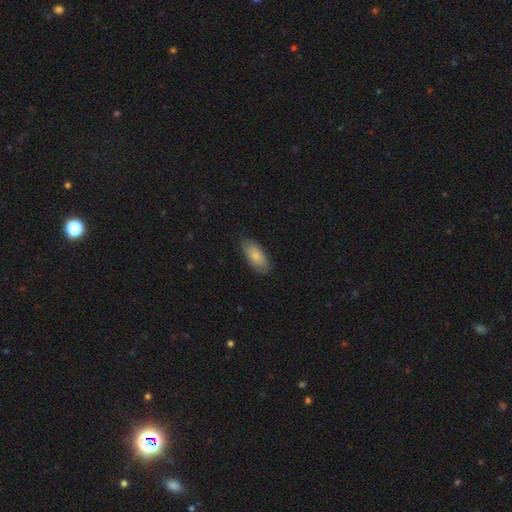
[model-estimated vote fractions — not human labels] smooth-or-featured: smooth: 81% | featured or disk: 13% | star or artifact: 6%
  how-rounded: in between: 88% | cigar-shaped: 10% | round: 2%
  merging: none: 80% | minor disturbance: 16% | major disturbance: 3% | merger: 1%